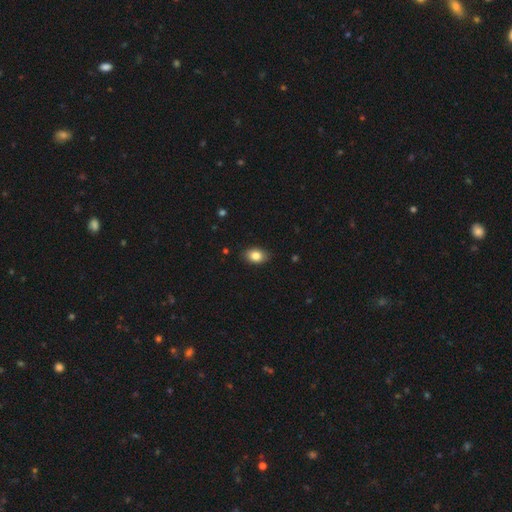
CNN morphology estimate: The model was most divided on "how rounded": in between: 80%, round: 18%, cigar-shaped: 1%. More confident: merging — none (85%); smooth or featured — smooth (84%).